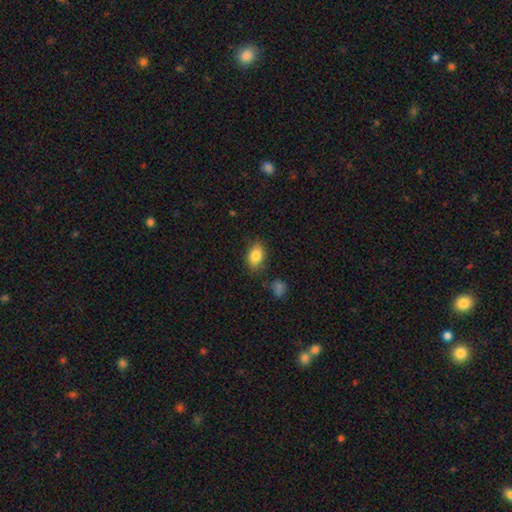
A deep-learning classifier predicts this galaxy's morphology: Overall: smooth (84%). How rounded: in between (84%). Merging: none (80%).